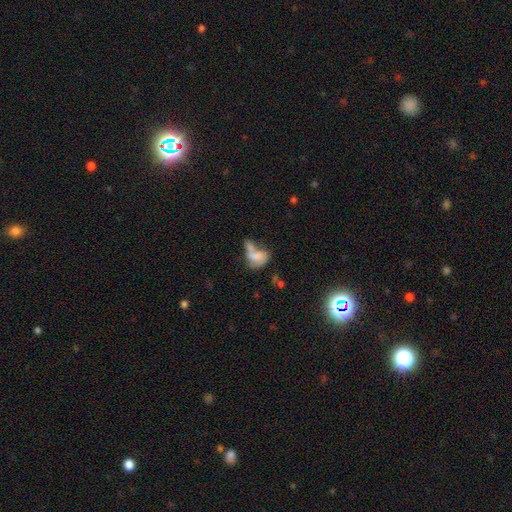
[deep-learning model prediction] Smooth or featured?
  - smooth: 61% *
  - featured or disk: 28%
  - star or artifact: 11%
How rounded?
  - in between: 80% *
  - round: 17%
  - cigar-shaped: 3%
Merging?
  - merger: 52% *
  - none: 18%
  - major disturbance: 17%
  - minor disturbance: 13%